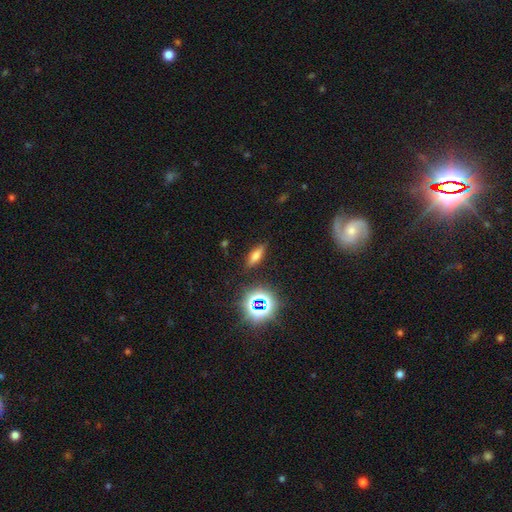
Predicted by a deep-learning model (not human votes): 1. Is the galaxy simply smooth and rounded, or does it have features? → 59% smooth, 21% star or artifact, 20% featured or disk.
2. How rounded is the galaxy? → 53% in between, 40% cigar-shaped, 7% round.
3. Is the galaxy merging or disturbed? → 85% none, 10% minor disturbance, 3% major disturbance, 2% merger.